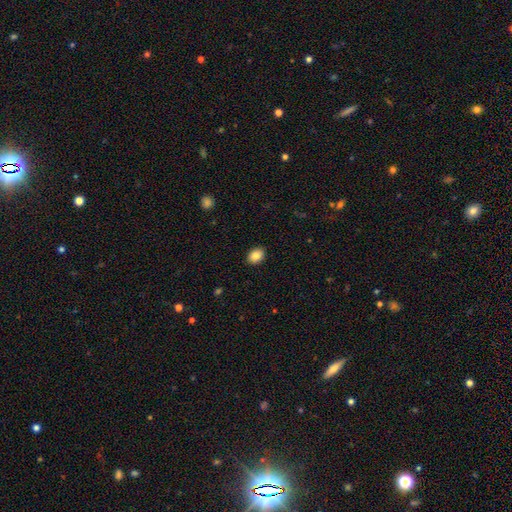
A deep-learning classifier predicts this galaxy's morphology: Smooth or featured? smooth (86%)
How rounded? in between (70%)
Merging? none (90%)